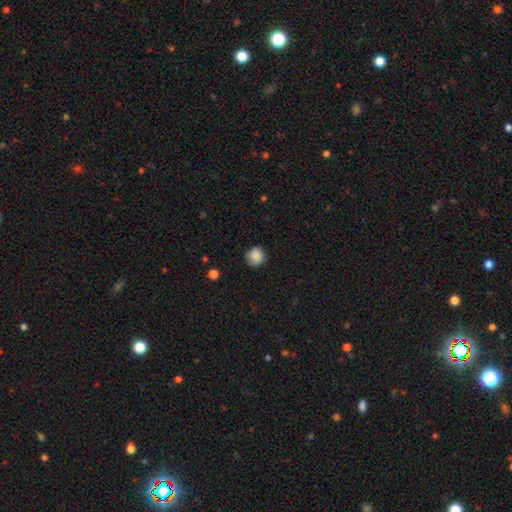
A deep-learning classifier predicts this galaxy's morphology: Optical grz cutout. It shows a smooth galaxy with no disk features (86%) that is round (90%). Merging: none (82%).